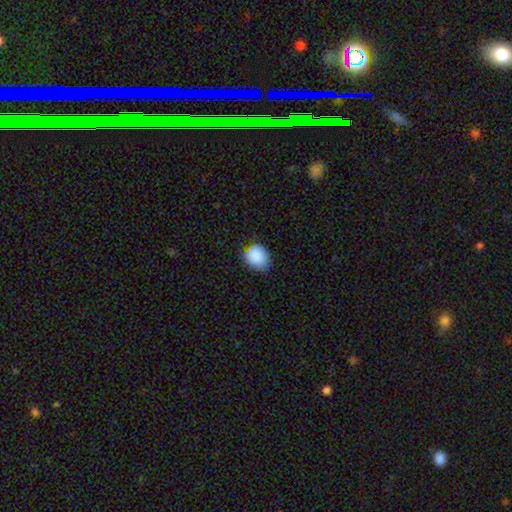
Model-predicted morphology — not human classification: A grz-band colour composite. It shows a smooth galaxy with no disk features (88%) that is round (57%). Merging: none (74%).